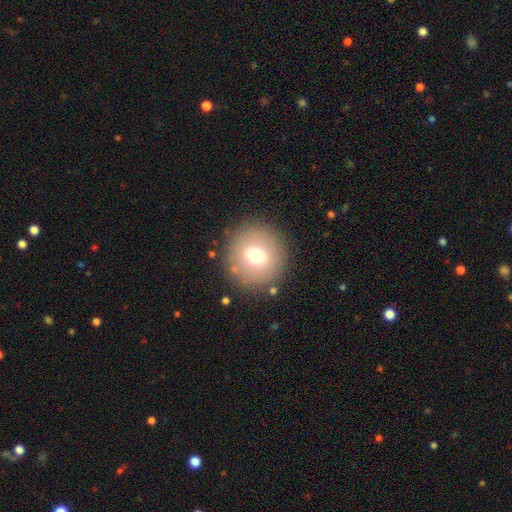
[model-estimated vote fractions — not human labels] The model was most divided on "smooth or featured": smooth: 69%, featured or disk: 16%, star or artifact: 15%. More confident: how rounded — round (96%); merging — none (87%).